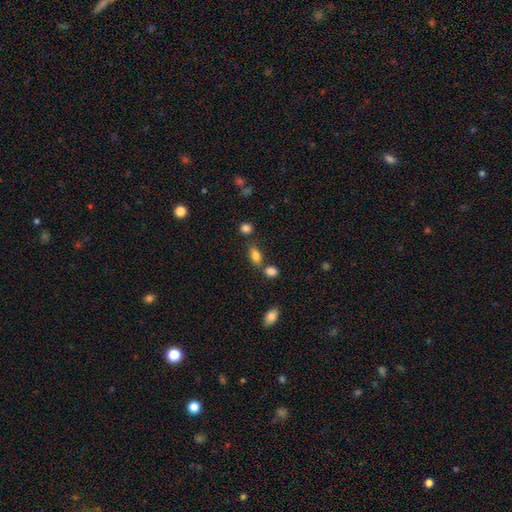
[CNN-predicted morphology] Smooth or featured: smooth — 82% (star or artifact — 9%)
How rounded: in between — 85% (round — 10%)
Merging: none — 65% (merger — 18%)